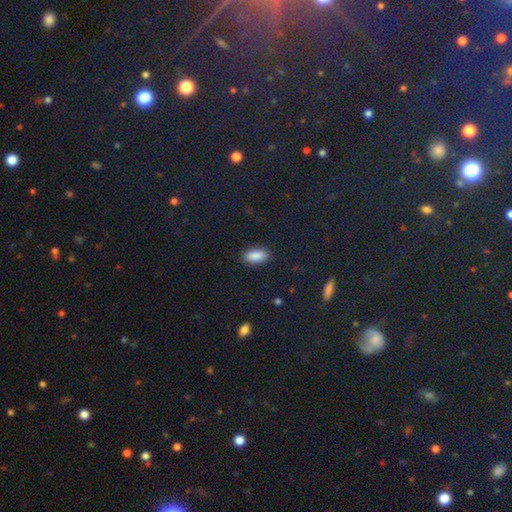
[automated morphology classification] This is clearly a smooth galaxy (87%). How rounded: clearly in between (90%). Merging: clearly none (88%).